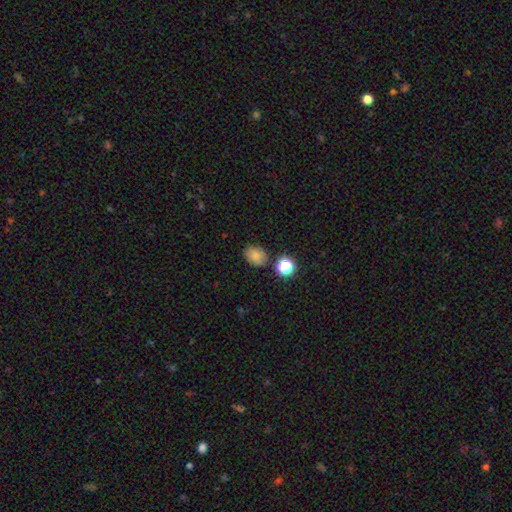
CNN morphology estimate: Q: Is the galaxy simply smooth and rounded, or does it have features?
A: smooth — 78%.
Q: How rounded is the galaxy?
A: in between — 59%.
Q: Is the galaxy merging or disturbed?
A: none — 78%.